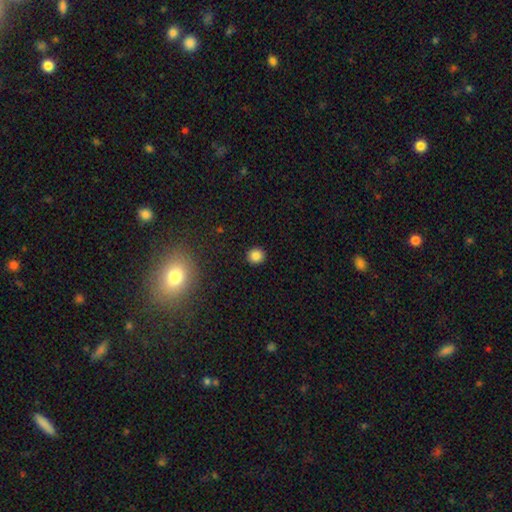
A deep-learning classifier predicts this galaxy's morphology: Smooth or featured?
  - smooth: 84% *
  - star or artifact: 12%
  - featured or disk: 4%
How rounded?
  - round: 90% *
  - in between: 9%
  - cigar-shaped: 1%
Merging?
  - none: 92% *
  - minor disturbance: 5%
  - major disturbance: 2%
  - merger: 1%